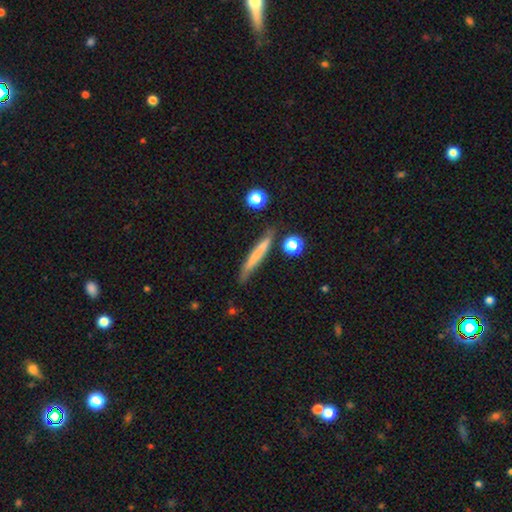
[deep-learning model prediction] Smooth or featured? Predicted: smooth (p=0.59). How rounded? Predicted: cigar-shaped (p=0.93). Merging? Predicted: none (p=0.77).